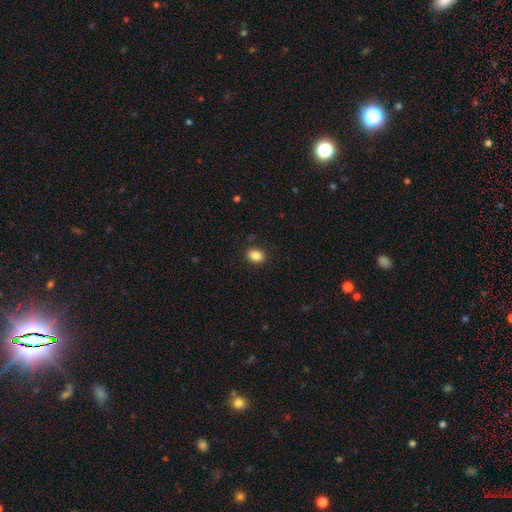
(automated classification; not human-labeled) A smooth galaxy with no disk features (86%) that is in between round and cigar-shaped (64%).

Vote fractions:
- Smooth or featured? smooth: 86% / star or artifact: 9% / featured or disk: 4%
- How rounded? in between: 64% / round: 35% / cigar-shaped: 1%
- Merging? none: 89% / minor disturbance: 8% / major disturbance: 2% / merger: 1%